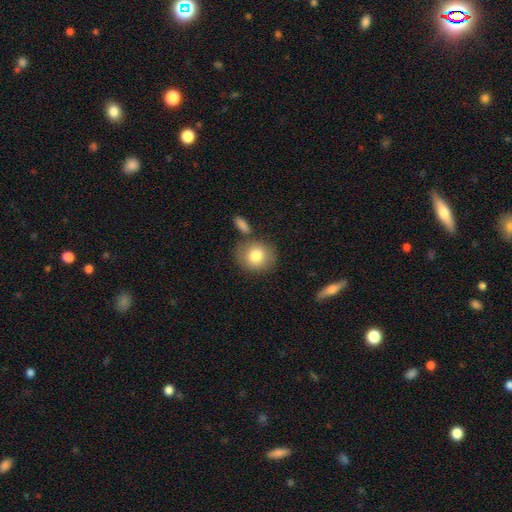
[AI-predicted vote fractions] Smooth or featured: smooth — 80% (featured or disk — 12%)
How rounded: round — 73% (in between — 26%)
Merging: none — 71% (minor disturbance — 13%)